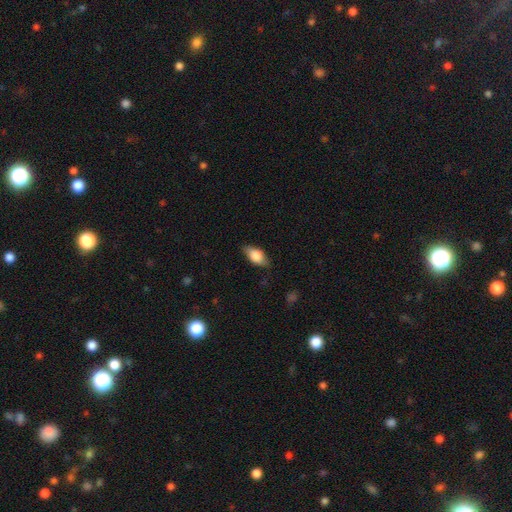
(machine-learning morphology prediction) type=smooth (77%); roundness=in between (88%); merging=none (78%).